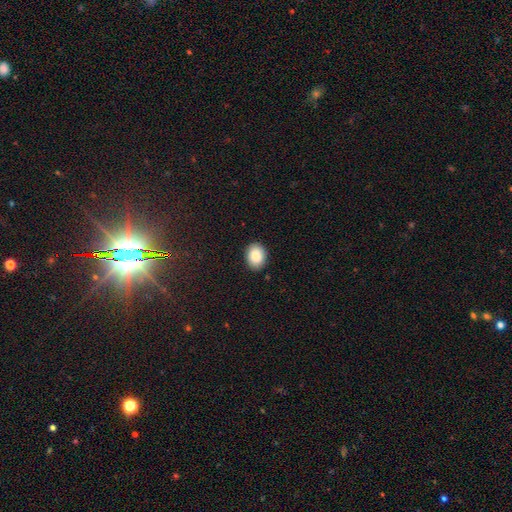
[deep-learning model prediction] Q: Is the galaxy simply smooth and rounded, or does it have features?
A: smooth — 87%.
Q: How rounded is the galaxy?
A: in between — 62%.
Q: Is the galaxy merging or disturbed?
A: none — 89%.